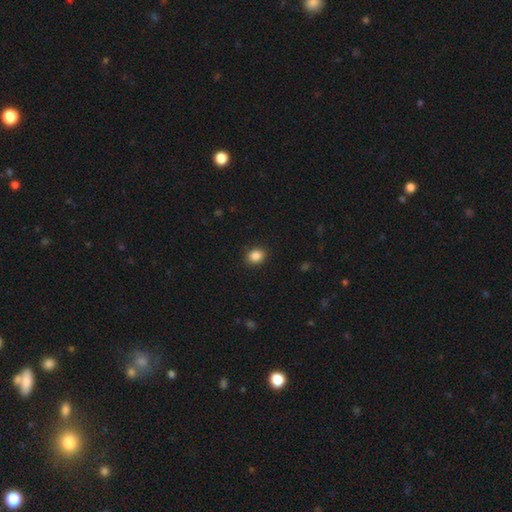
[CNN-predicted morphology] Smooth or featured: smooth — 87% (star or artifact — 10%)
How rounded: round — 60% (in between — 39%)
Merging: none — 90% (minor disturbance — 7%)